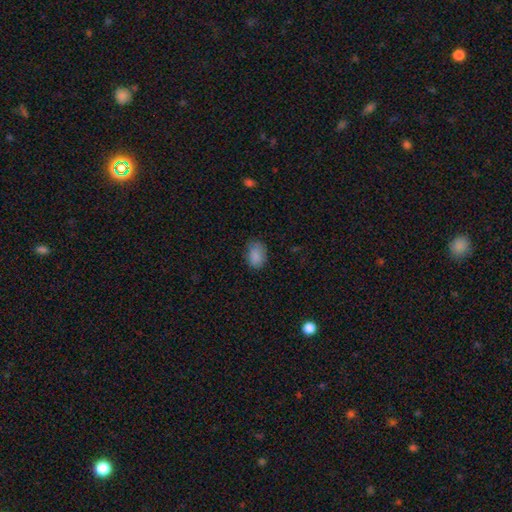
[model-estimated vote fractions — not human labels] A smooth galaxy with no disk features (86%) that is in between round and cigar-shaped (74%). Merging: none (72%).